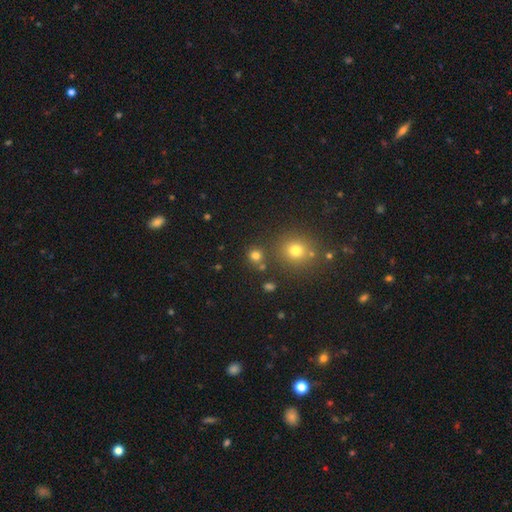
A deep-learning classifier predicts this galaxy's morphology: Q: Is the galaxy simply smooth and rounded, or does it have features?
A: smooth — 75%.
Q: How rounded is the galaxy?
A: round — 88%.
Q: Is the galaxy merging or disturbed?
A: none — 77%.